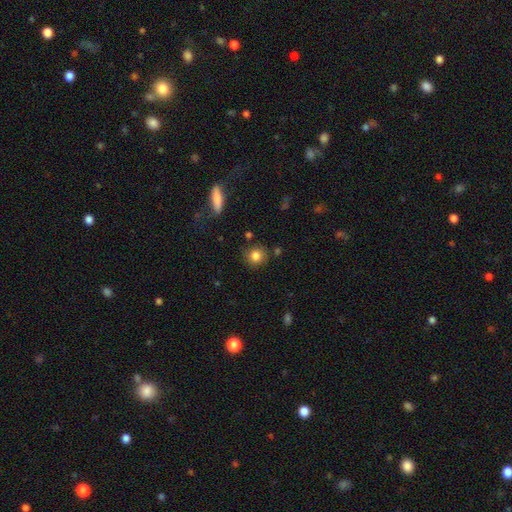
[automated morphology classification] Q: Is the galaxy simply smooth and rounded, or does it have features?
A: smooth — 83%.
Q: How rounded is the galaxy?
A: round — 88%.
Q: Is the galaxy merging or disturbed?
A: none — 83%.